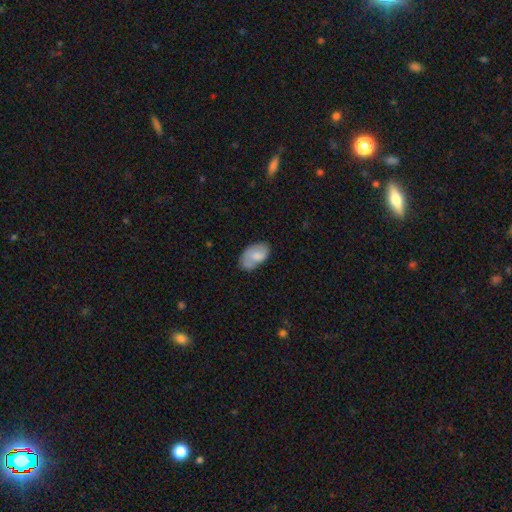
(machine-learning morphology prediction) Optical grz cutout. It shows a smooth galaxy with no disk features (74%) that is in between round and cigar-shaped (93%). Merging: none (58%).